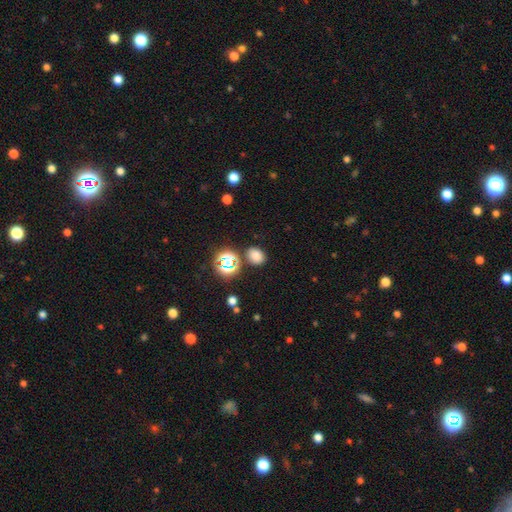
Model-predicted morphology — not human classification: A smooth galaxy with no disk features (74%) that is in between round and cigar-shaped (58%). Merging: none (80%).